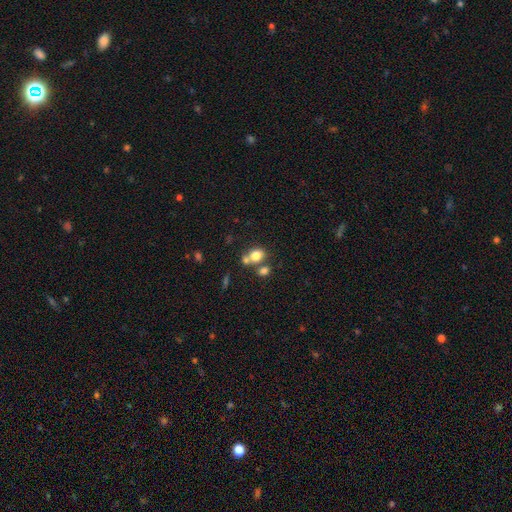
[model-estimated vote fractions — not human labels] Smooth or featured? smooth (77%)
How rounded? round (58%)
Merging? none (47%)